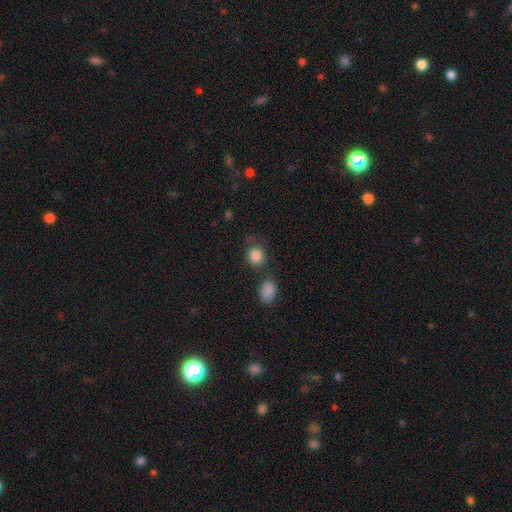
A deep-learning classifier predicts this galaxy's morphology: Smooth or featured: smooth — 85% (star or artifact — 10%)
How rounded: round — 78% (in between — 21%)
Merging: none — 69% (merger — 14%)